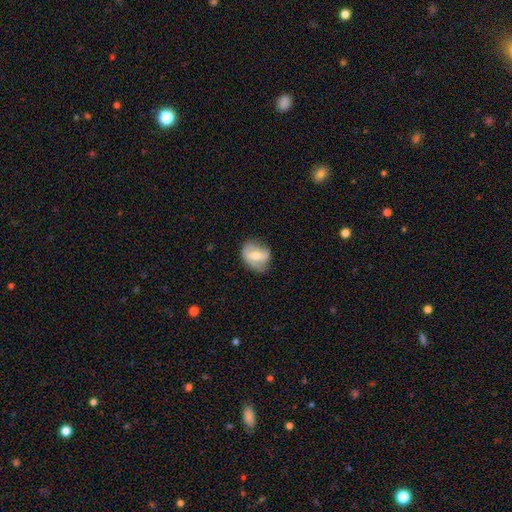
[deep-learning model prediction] Q: Smooth or featured?
A: smooth (49%); runner-up: featured or disk (44%)
Q: Merging?
A: none (58%); runner-up: minor disturbance (30%)